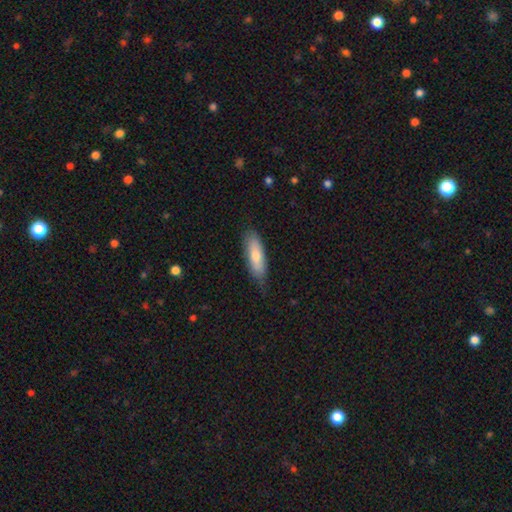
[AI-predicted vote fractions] This appears to be a smooth galaxy with no disk features (73%) that is in between round and cigar-shaped (54%). Merging: none (76%).